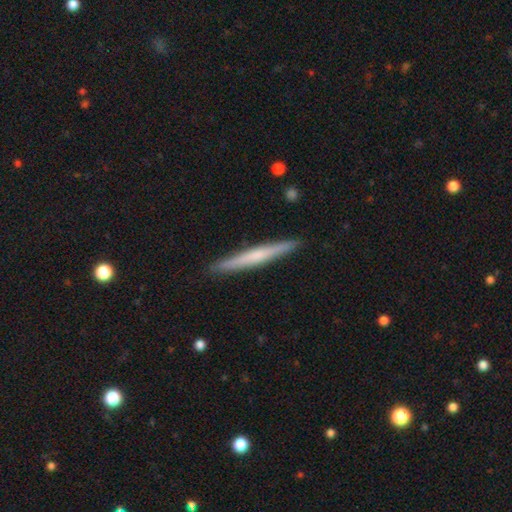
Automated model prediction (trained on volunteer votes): A smooth galaxy with no disk features (48%). Merging: none (92%).